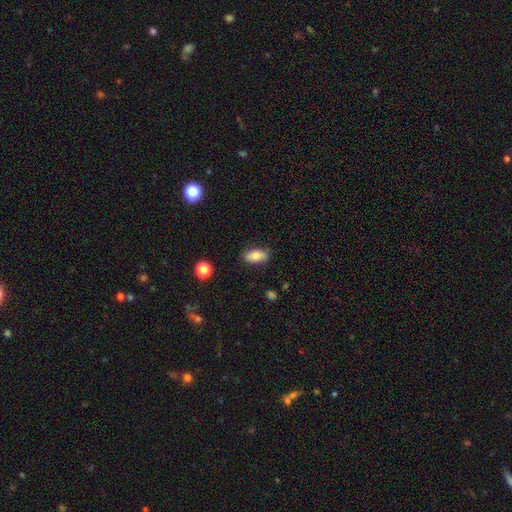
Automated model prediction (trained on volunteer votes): Morphology: type=smooth (78%); roundness=in between (89%); merging=none (82%).